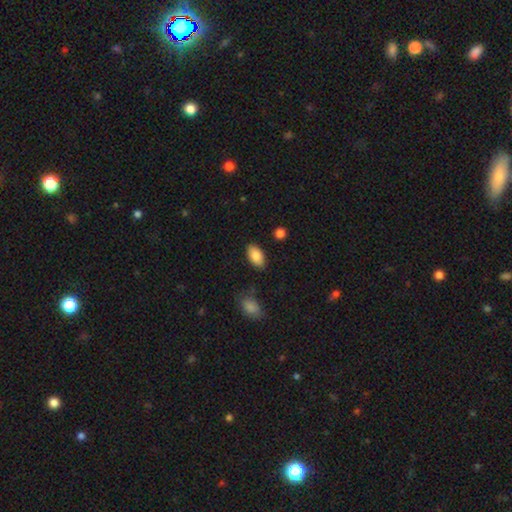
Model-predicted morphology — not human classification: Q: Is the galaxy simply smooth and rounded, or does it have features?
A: smooth — 86%.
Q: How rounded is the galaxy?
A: in between — 94%.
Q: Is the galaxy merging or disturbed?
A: none — 84%.